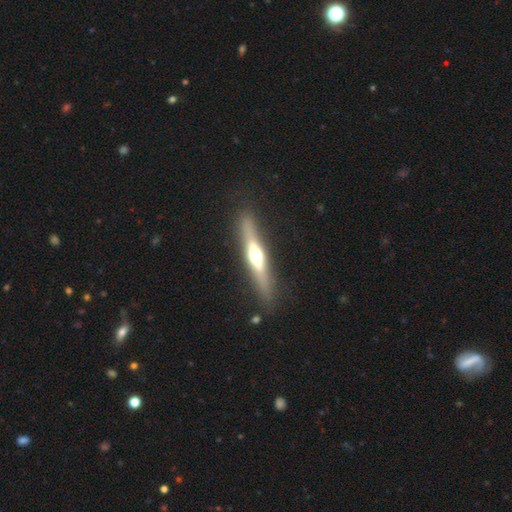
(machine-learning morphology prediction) smooth_or_featured: featured or disk (p=0.66) [alt: smooth p=0.27]
disk_edge_on: yes (p=0.94) [alt: no p=0.06]
edge_on_bulge: rounded (p=0.91) [alt: boxy p=0.05]
merging: none (p=0.87) [alt: minor disturbance p=0.09]